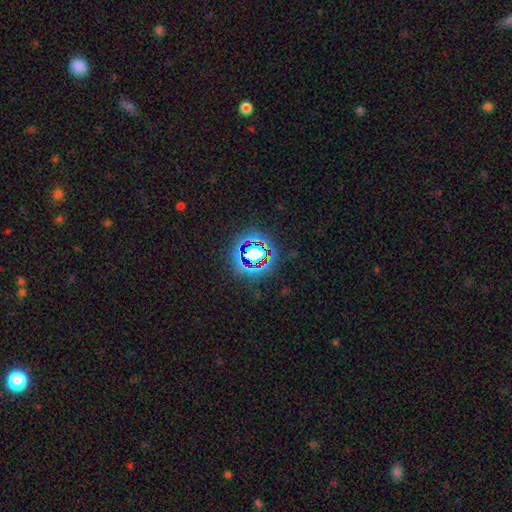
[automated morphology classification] Smooth or featured?
  - star or artifact: 67% *
  - smooth: 21%
  - featured or disk: 12%